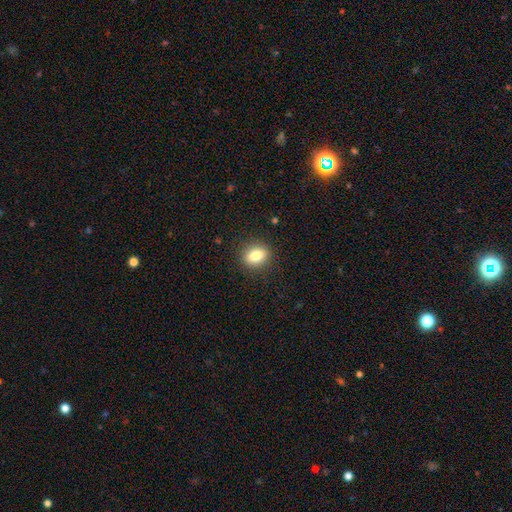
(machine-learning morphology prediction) A smooth galaxy with no disk features (84%) that is in between round and cigar-shaped (66%). Merging: none (88%).